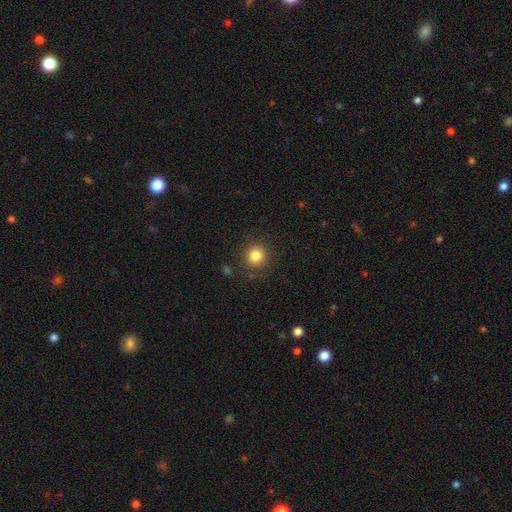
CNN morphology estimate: Smooth or featured? smooth (83%)
How rounded? round (91%)
Merging? none (88%)